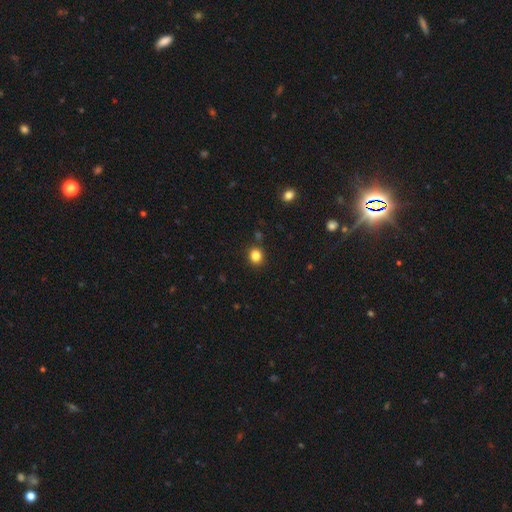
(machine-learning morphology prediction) This appears to be a smooth galaxy with no disk features (83%) that is round (79%). Merging: none (88%).